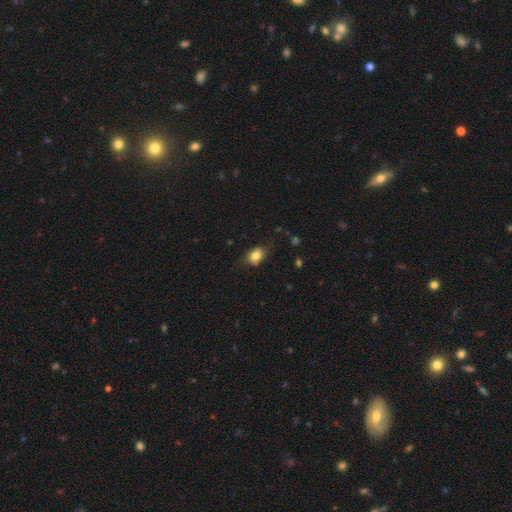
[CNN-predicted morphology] smooth 79%, featured or disk 12%, star or artifact 9%. Down the decision tree: how rounded — in between (71%); merging — none (69%).